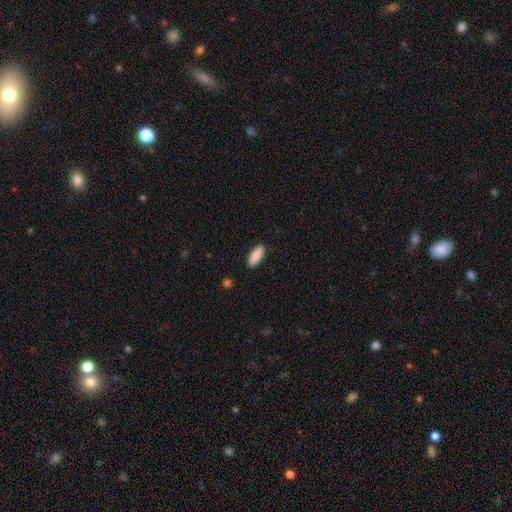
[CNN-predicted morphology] smooth 90%, star or artifact 6%, featured or disk 4%. Down the decision tree: how rounded — in between (80%); merging — none (89%).